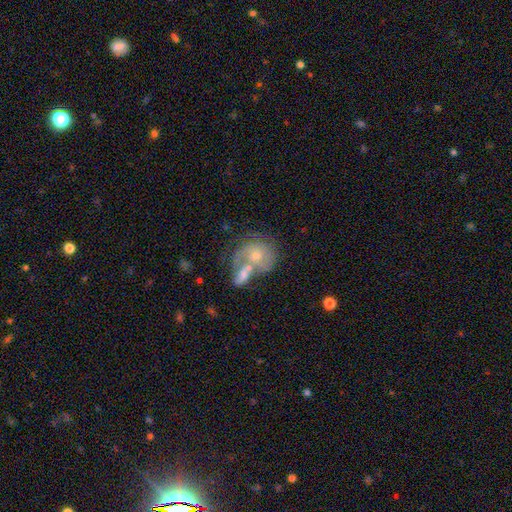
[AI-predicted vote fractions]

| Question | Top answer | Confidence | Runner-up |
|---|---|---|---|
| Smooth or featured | featured or disk | 58% | smooth (33%) |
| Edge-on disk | no | 97% | yes (3%) |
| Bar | no | 79% | weak (18%) |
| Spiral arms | yes | 66% | no (34%) |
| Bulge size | moderate | 50% | small (42%) |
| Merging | merger | 53% | none (26%) |